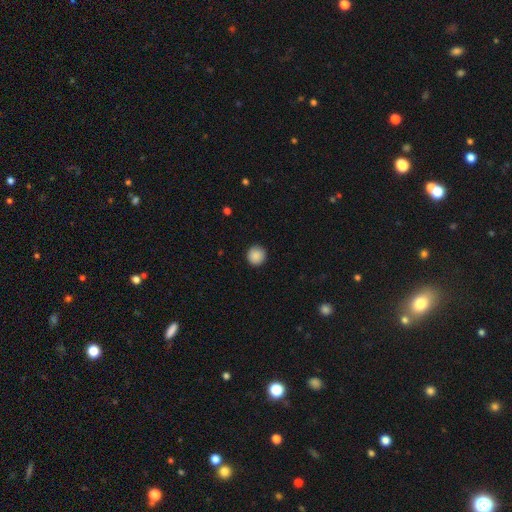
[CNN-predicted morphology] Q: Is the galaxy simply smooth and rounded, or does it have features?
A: smooth — 89%.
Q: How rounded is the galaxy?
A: round — 95%.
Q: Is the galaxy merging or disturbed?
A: none — 92%.